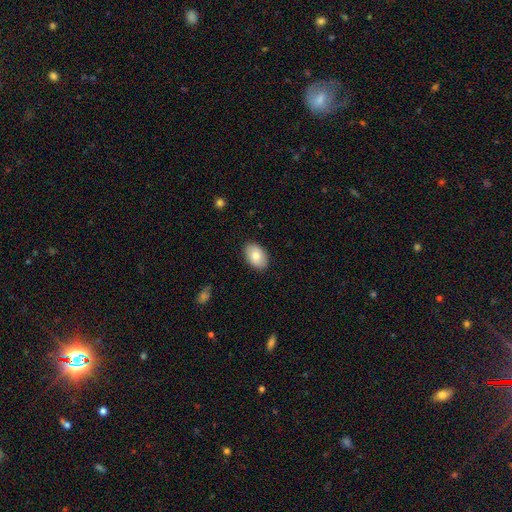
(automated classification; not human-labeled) This is likely a smooth galaxy (78%). How rounded: clearly in between (89%). Merging: clearly none (88%).